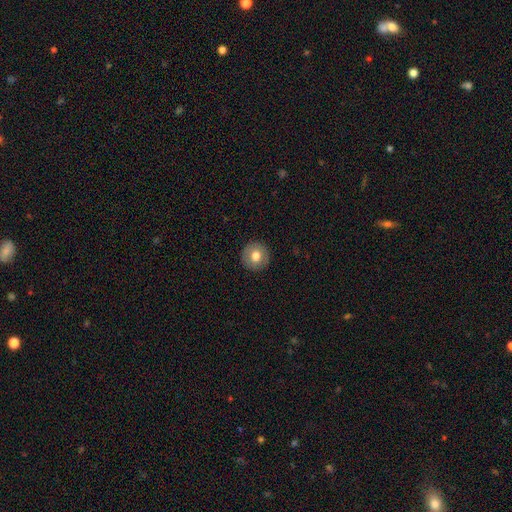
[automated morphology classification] type=smooth (74%); roundness=round (94%); merging=none (91%).